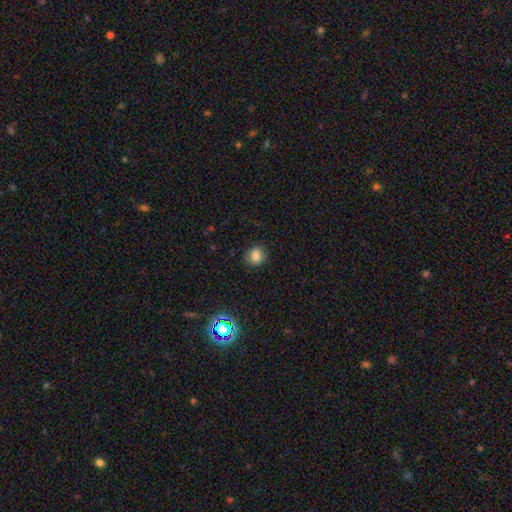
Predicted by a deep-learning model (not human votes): A smooth galaxy with no disk features (80%) that is round (73%). Merging: none (83%).